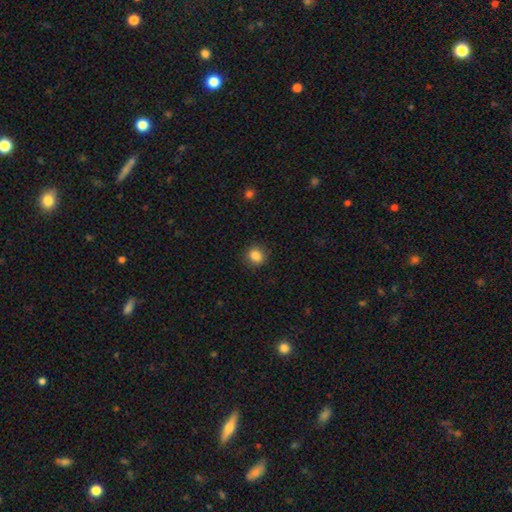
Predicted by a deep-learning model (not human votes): The model was most divided on "how rounded": round: 77%, in between: 22%, cigar-shaped: 1%. More confident: merging — none (89%); smooth or featured — smooth (86%).